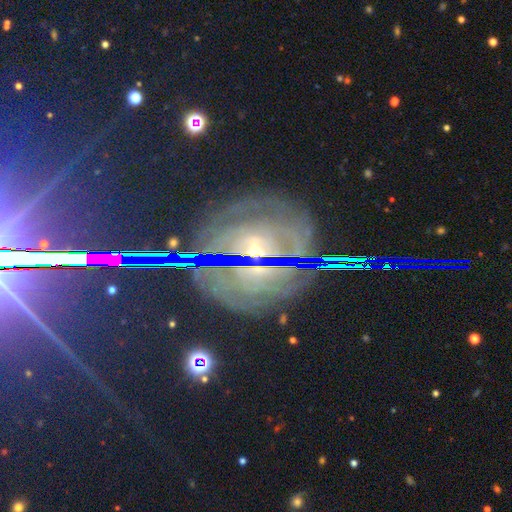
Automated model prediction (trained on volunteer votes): Morphology: type=featured or disk (50%); merging=none (70%).